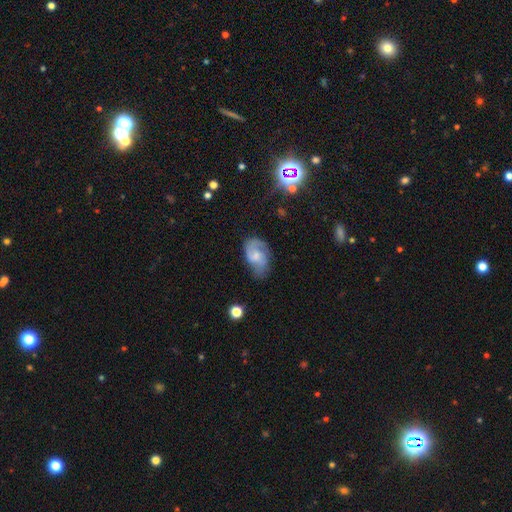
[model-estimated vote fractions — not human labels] The model was most divided on "bulge size": small: 39%, moderate: 37%, none: 17%, large: 6%, dominant: 1%. Remaining: edge-on disk — no (97%); spiral arms — yes (89%); spiral arm count — 2 (73%); smooth or featured — featured or disk (62%); merging — none (55%); bar — no (54%); spiral winding — medium (49%).